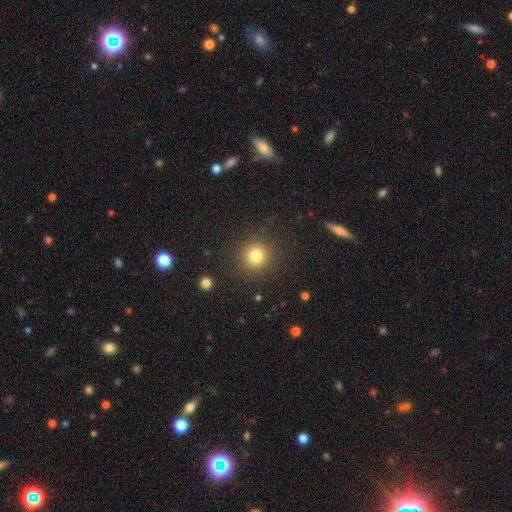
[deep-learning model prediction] smooth_or_featured: smooth (p=0.80) [alt: star or artifact p=0.13]
how_rounded: round (p=0.92) [alt: in between p=0.07]
merging: none (p=0.88) [alt: minor disturbance p=0.07]